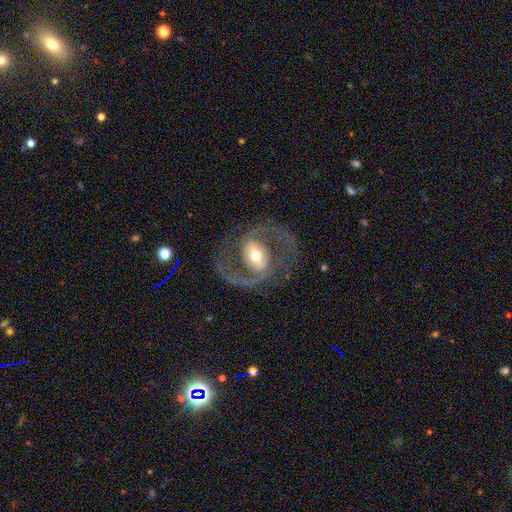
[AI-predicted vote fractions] Smooth or featured? featured or disk (88%)
Edge-on disk? no (97%)
Bar? weak (38%)
Spiral arms? yes (93%)
Spiral winding? medium (59%)
Spiral arm count? 2 (92%)
Bulge size? moderate (68%)
Merging? none (77%)